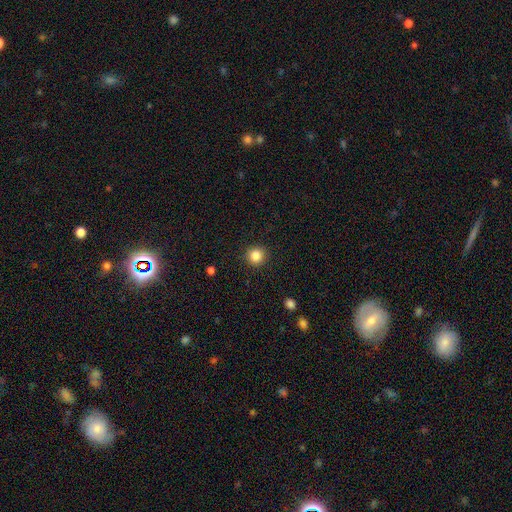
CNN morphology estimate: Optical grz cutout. It shows a smooth galaxy with no disk features (85%) that is round (94%). Merging: none (91%).